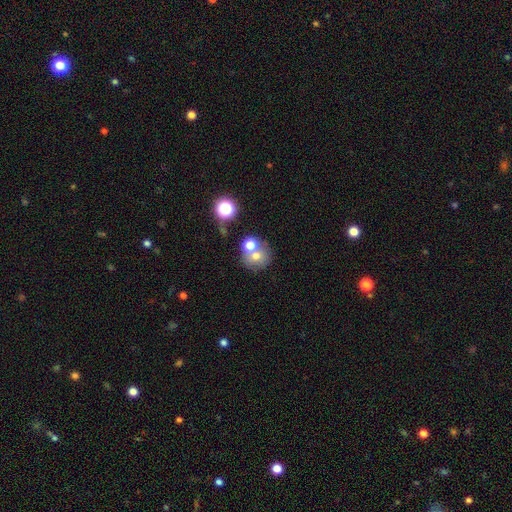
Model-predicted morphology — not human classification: smooth 65%, featured or disk 20%, star or artifact 15%. Down the decision tree: how rounded — round (83%); merging — none (48%).